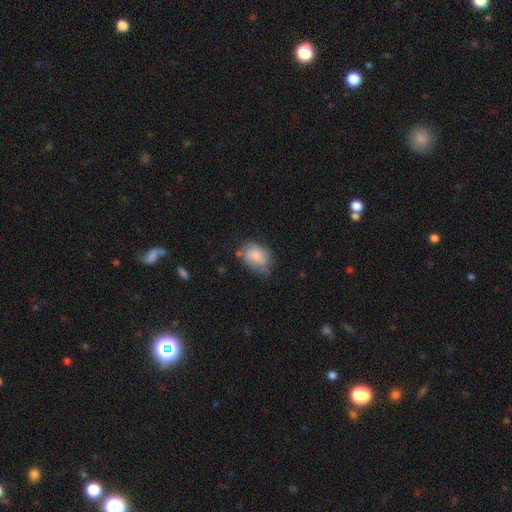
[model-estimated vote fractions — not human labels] Smooth or featured? smooth (73%)
How rounded? in between (73%)
Merging? none (51%)